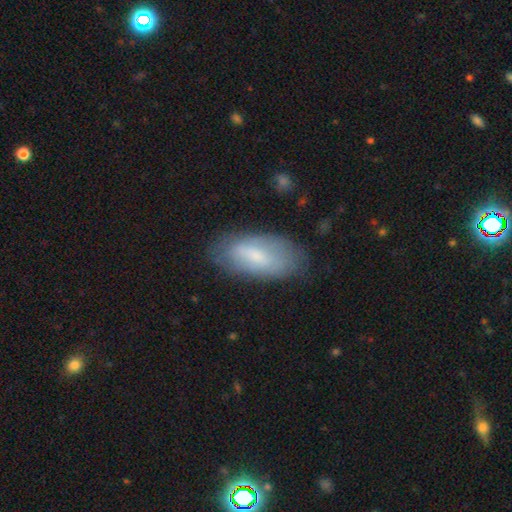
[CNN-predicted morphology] Smooth or featured?
  - smooth: 60% *
  - featured or disk: 33%
  - star or artifact: 7%
How rounded?
  - in between: 87% *
  - cigar-shaped: 10%
  - round: 2%
Merging?
  - none: 75% *
  - minor disturbance: 18%
  - major disturbance: 5%
  - merger: 1%